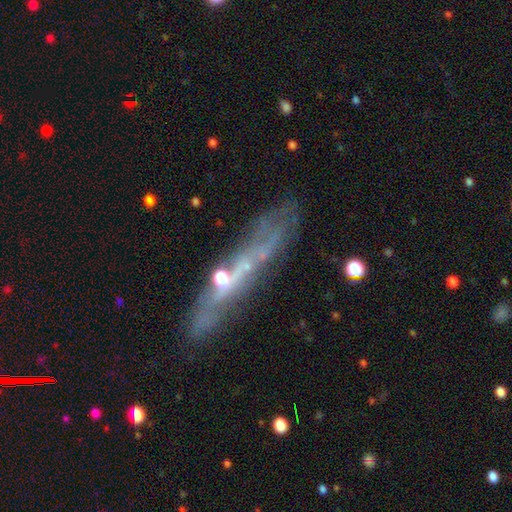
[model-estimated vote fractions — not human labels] smooth_or_featured: featured or disk (p=0.60) [alt: smooth p=0.26]
disk_edge_on: yes (p=0.65) [alt: no p=0.35]
merging: none (p=0.61) [alt: minor disturbance p=0.19]